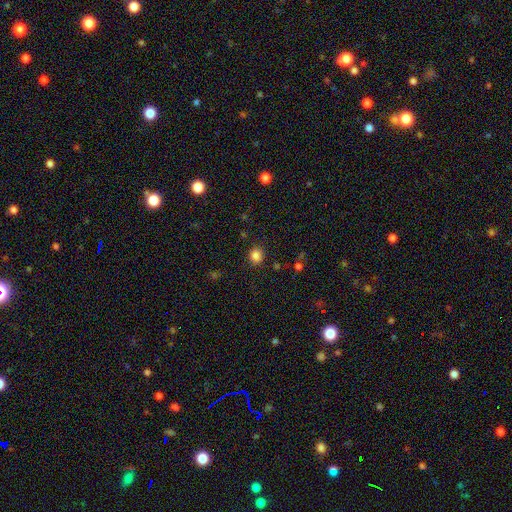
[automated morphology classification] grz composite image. It shows a smooth galaxy with no disk features (84%) that is round (83%). Merging: none (88%).